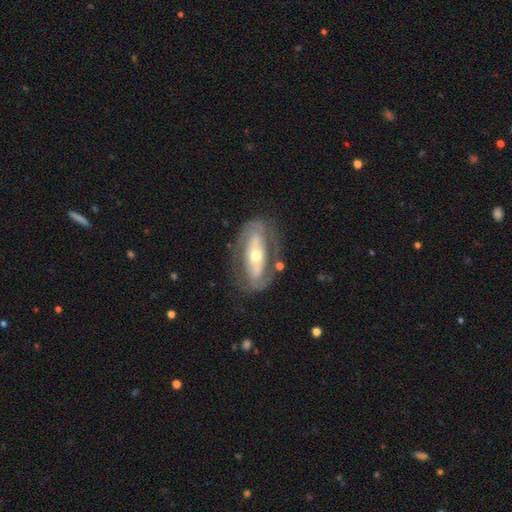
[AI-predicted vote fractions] featured or disk 77%, smooth 18%, star or artifact 5%. Down the decision tree: edge-on disk — no (88%); bar — no (42%); spiral arms — yes (66%); bulge size — moderate (51%); merging — none (70%).